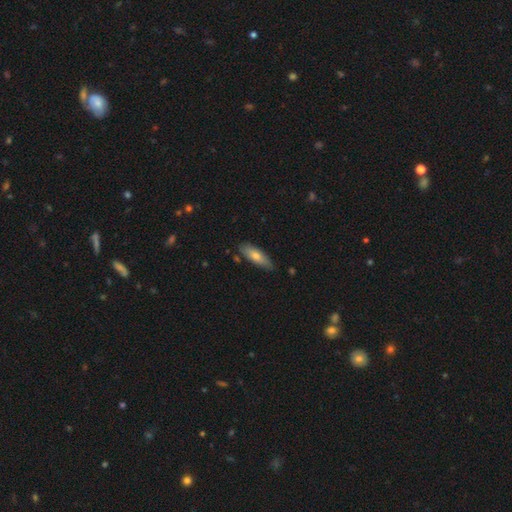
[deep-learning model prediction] A smooth galaxy with no disk features (71%) that is in between round and cigar-shaped (53%). Merging: none (78%).